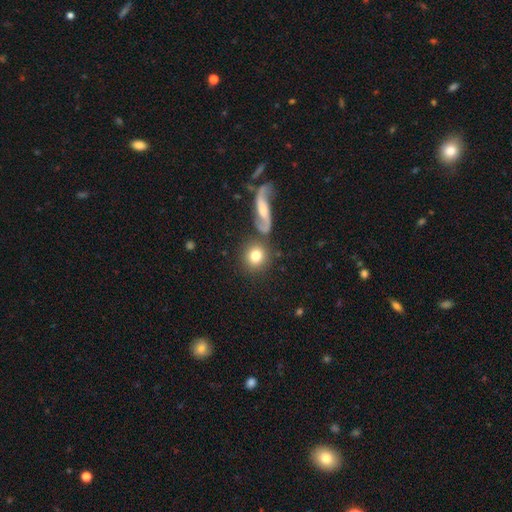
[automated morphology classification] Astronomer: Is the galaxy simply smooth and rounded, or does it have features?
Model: smooth — 78%.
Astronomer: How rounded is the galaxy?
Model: round — 86%.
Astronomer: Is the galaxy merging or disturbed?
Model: none — 71%.